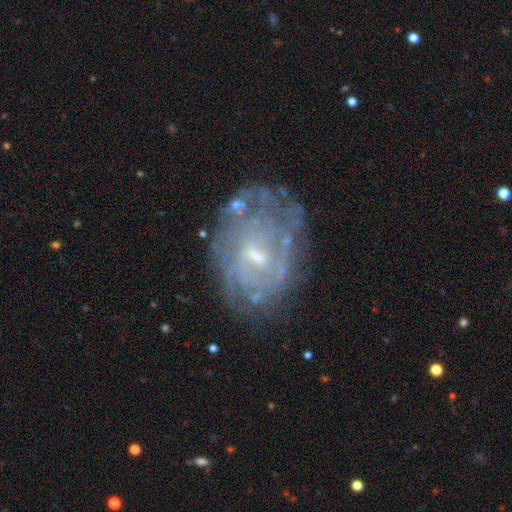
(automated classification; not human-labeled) Overall: featured or disk (76%). Edge-on disk: no (97%). Bar: weak (50%; no 40%). Spiral arms: yes (70%). Spiral arm count: can't tell (61%). Spiral winding: tight (59%; medium 28%). Bulge size: small (59%; moderate 31%). Merging: none (64%).